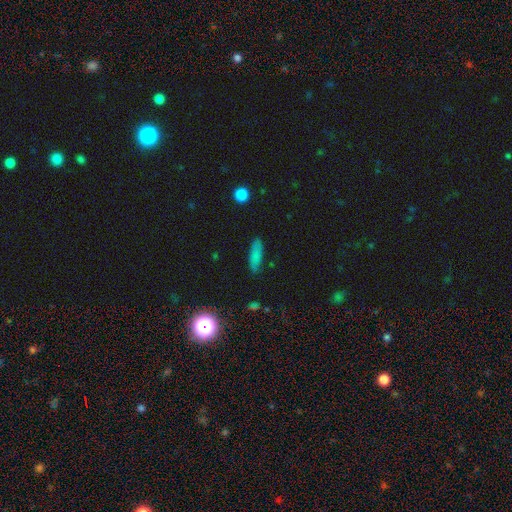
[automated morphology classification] smooth-or-featured: smooth: 78% | featured or disk: 12% | star or artifact: 11%
  how-rounded: cigar-shaped: 56% | in between: 41% | round: 3%
  merging: none: 81% | minor disturbance: 14% | major disturbance: 3% | merger: 2%